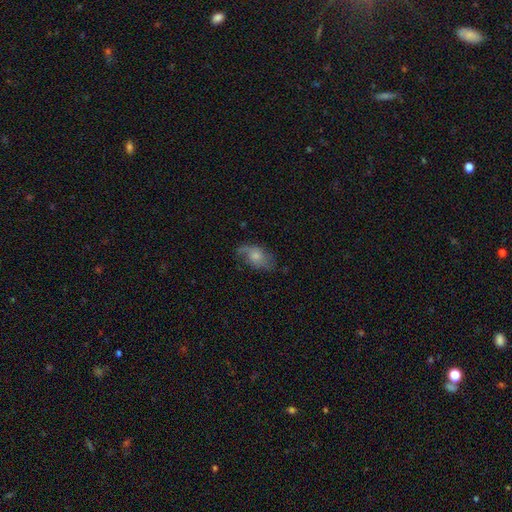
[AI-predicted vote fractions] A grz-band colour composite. It shows a featured or disk galaxy (49%). Merging: none (56%).